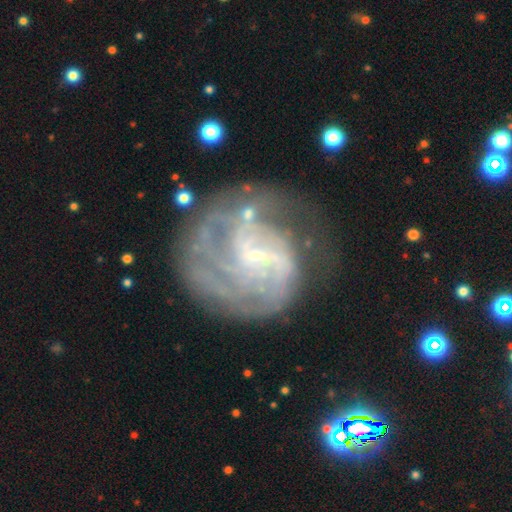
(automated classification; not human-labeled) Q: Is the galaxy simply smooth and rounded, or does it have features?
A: featured or disk — 80%.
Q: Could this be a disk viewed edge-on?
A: no — 98%.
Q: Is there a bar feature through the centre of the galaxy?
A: weak — 45%.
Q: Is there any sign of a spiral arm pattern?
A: yes — 86%.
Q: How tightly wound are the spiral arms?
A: tight — 45%.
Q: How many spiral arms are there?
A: can't tell — 40%.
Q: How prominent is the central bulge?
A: small — 72%.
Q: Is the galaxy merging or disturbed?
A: none — 51%.